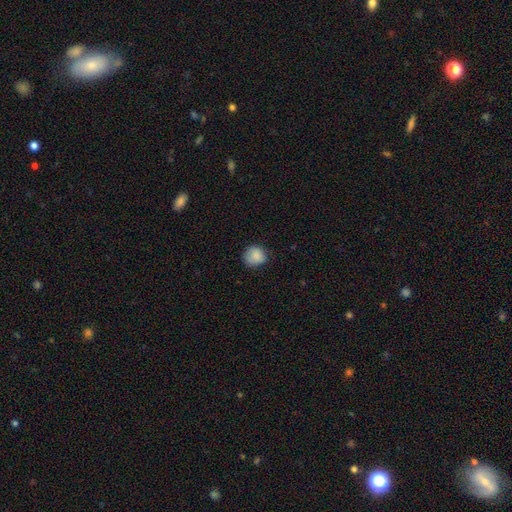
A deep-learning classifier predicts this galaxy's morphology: smooth 86%, star or artifact 8%, featured or disk 6%. Down the decision tree: how rounded — round (83%); merging — none (72%).